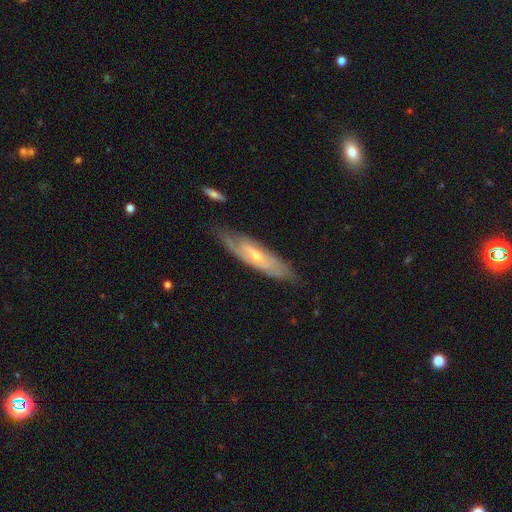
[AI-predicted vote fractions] smooth-or-featured: featured or disk: 70% | smooth: 24% | star or artifact: 6%
  disk-edge-on: no: 68% | yes: 32%
  merging: none: 70% | minor disturbance: 21% | major disturbance: 7% | merger: 2%